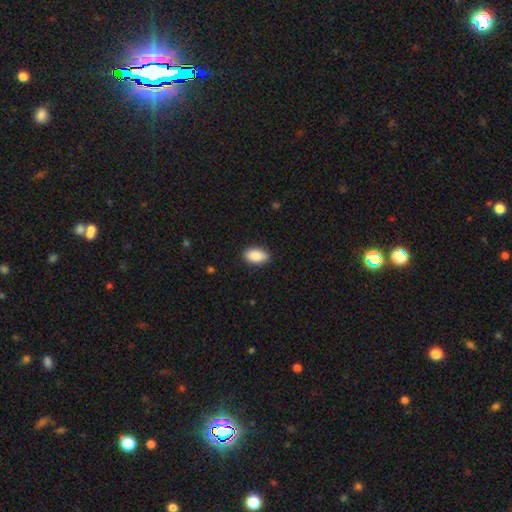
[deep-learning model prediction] Q: Smooth or featured?
A: smooth (90%); runner-up: star or artifact (6%)
Q: How rounded?
A: in between (94%); runner-up: round (4%)
Q: Merging?
A: none (87%); runner-up: minor disturbance (10%)